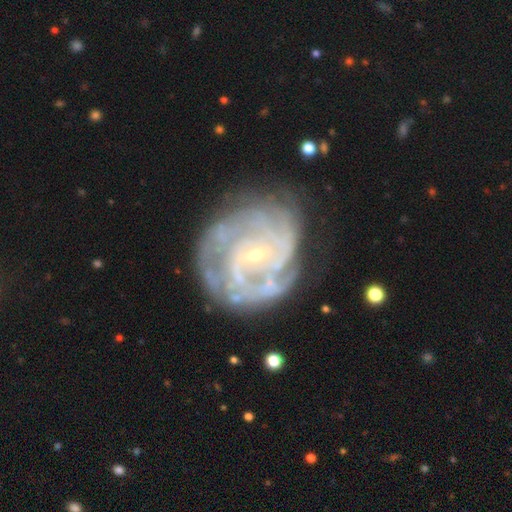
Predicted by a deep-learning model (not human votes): A featured or disk galaxy (85%) with a weak bar (49%), tight (62%) spiral arms (90%) and a small central bulge (81%).

Vote fractions:
- Smooth or featured? featured or disk: 85% / smooth: 9% / star or artifact: 7%
- Edge-on disk? no: 98% / yes: 2%
- Bar? weak: 49% / no: 34% / strong: 17%
- Spiral arms? yes: 90% / no: 10%
- Spiral winding? tight: 62% / medium: 30% / loose: 8%
- Spiral arm count? can't tell: 39% / 2: 19% / 3: 16% / 4: 13% / more than 4: 7% / 1: 6%
- Bulge size? small: 81% / moderate: 12% / none: 4% / large: 1% / dominant: 1%
- Merging? none: 65% / minor disturbance: 20% / major disturbance: 13% / merger: 3%